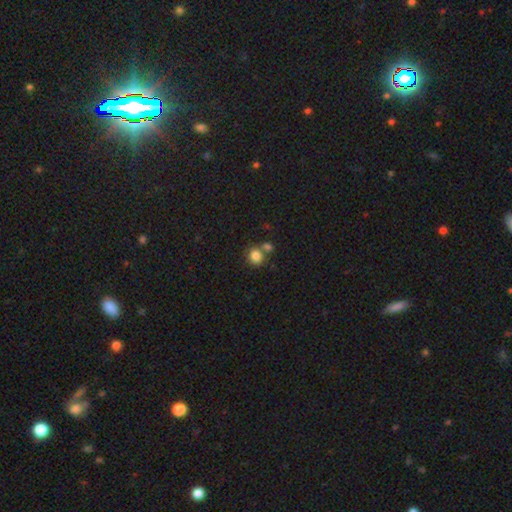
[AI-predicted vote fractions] The model was most divided on "merging": none: 58%, merger: 29%, minor disturbance: 10%, major disturbance: 3%. More confident: smooth or featured — smooth (83%); how rounded — round (82%).